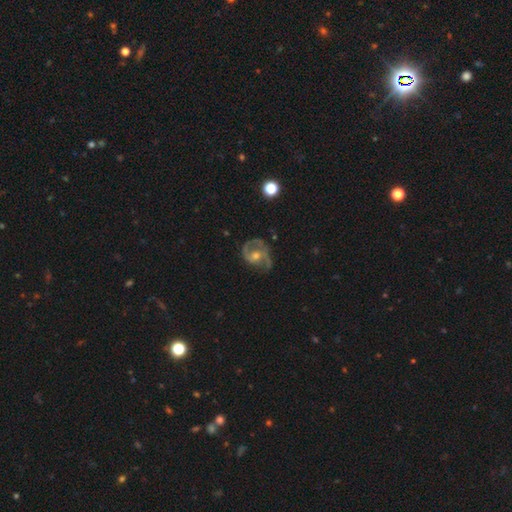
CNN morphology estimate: The model was most divided on "bulge size": moderate: 57%, small: 37%, large: 3%, none: 2%, dominant: 1%. Remaining: edge-on disk — no (97%); spiral arms — yes (89%); smooth or featured — featured or disk (81%); spiral arm count — 2 (69%); merging — none (59%); bar — no (58%); spiral winding — medium (50%).